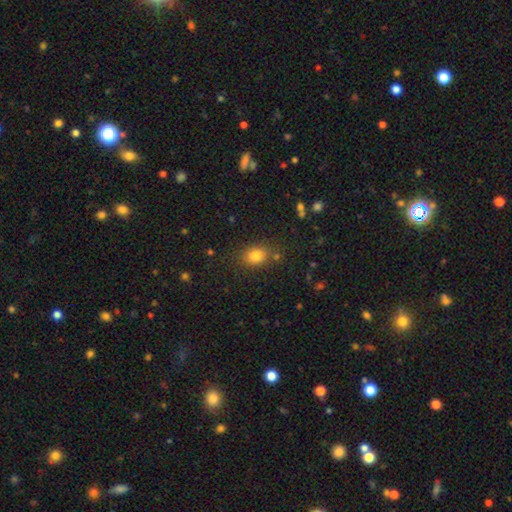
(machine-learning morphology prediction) smooth 82%, star or artifact 12%, featured or disk 7%. Down the decision tree: how rounded — in between (56%); merging — none (78%).